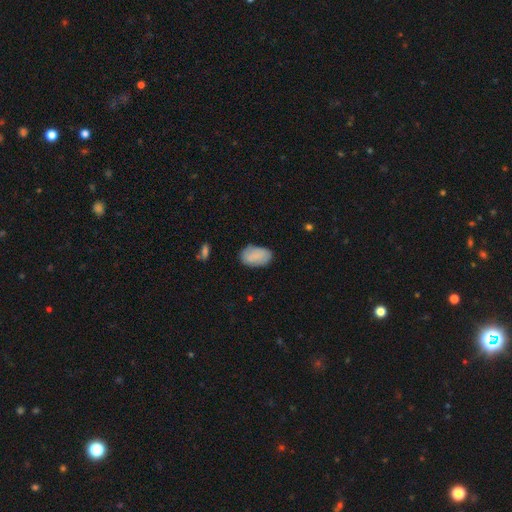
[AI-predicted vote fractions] smooth_or_featured: smooth (p=0.83) [alt: featured or disk p=0.11]
how_rounded: in between (p=0.92) [alt: round p=0.07]
merging: none (p=0.77) [alt: minor disturbance p=0.18]